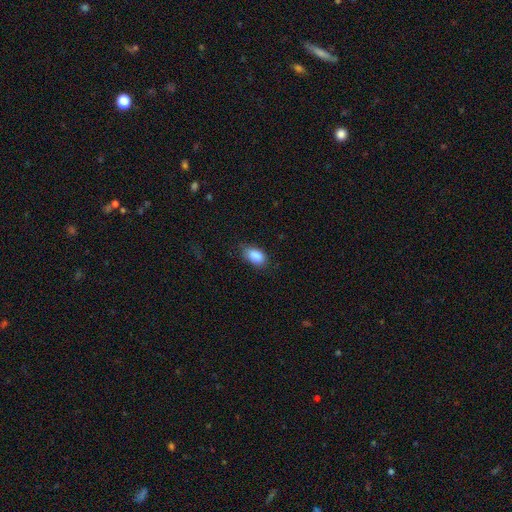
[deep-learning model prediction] A smooth galaxy with no disk features (88%) that is in between round and cigar-shaped (90%).

Vote fractions:
- Smooth or featured? smooth: 88% / star or artifact: 7% / featured or disk: 5%
- How rounded? in between: 90% / round: 8% / cigar-shaped: 2%
- Merging? none: 68% / minor disturbance: 25% / major disturbance: 6% / merger: 1%